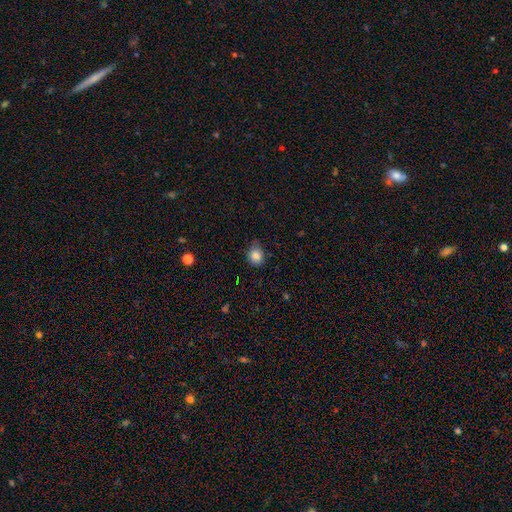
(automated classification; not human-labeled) Overall: smooth (85%). How rounded: round (72%). Merging: none (70%).